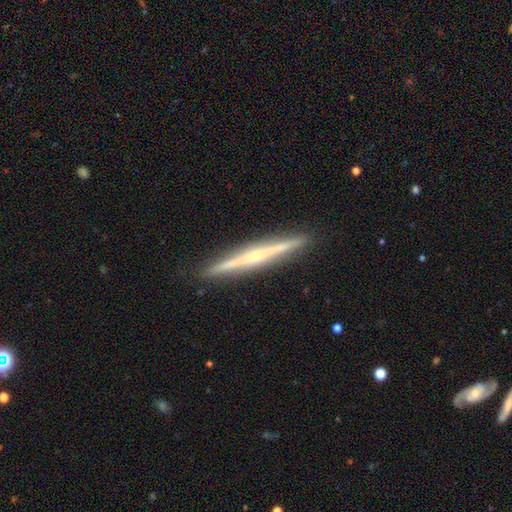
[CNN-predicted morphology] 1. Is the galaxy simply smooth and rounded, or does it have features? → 74% featured or disk, 20% smooth, 6% star or artifact.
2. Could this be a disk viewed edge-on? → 98% yes, 2% no.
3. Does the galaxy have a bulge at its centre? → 49% none, 41% rounded, 10% boxy.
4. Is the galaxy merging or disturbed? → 92% none, 5% minor disturbance, 1% major disturbance, 1% merger.